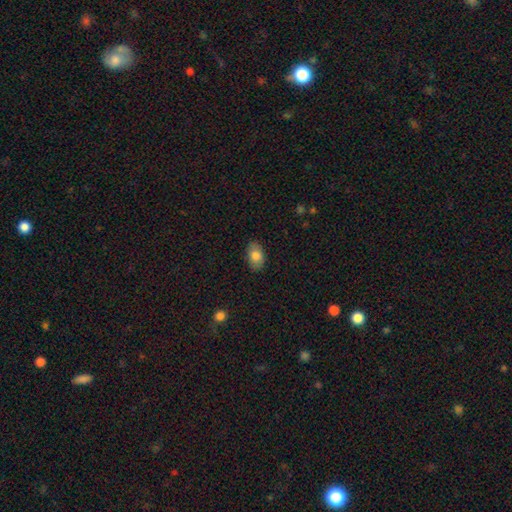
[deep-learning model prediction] Smooth or featured: smooth — 81% (featured or disk — 11%)
How rounded: in between — 88% (round — 11%)
Merging: none — 85% (minor disturbance — 11%)